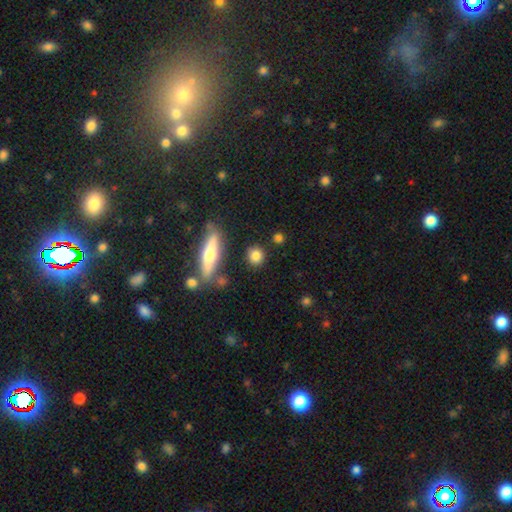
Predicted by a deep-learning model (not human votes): Smooth or featured?
  - smooth: 80% *
  - featured or disk: 12%
  - star or artifact: 9%
How rounded?
  - round: 78% *
  - in between: 16%
  - cigar-shaped: 6%
Merging?
  - none: 82% *
  - minor disturbance: 9%
  - merger: 6%
  - major disturbance: 3%